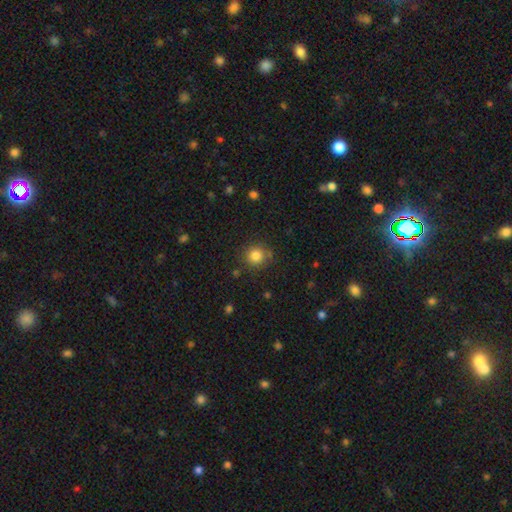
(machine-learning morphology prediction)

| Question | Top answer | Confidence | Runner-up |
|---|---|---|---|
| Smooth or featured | smooth | 83% | star or artifact (12%) |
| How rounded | round | 92% | in between (7%) |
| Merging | none | 84% | minor disturbance (10%) |